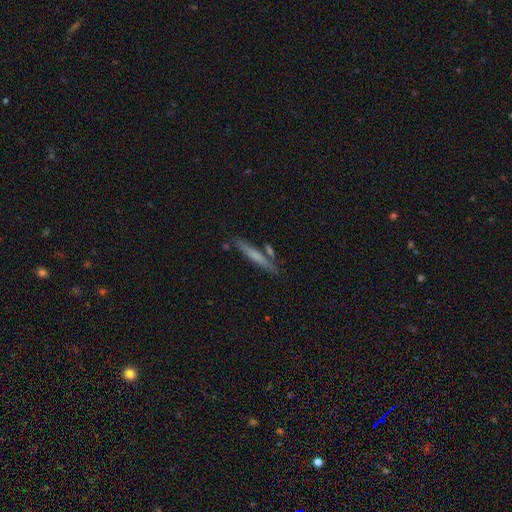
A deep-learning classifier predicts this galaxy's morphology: Smooth or featured?
  - smooth: 58% *
  - featured or disk: 35%
  - star or artifact: 6%
How rounded?
  - cigar-shaped: 94% *
  - in between: 5%
  - round: 2%
Merging?
  - none: 81% *
  - minor disturbance: 10%
  - merger: 6%
  - major disturbance: 2%